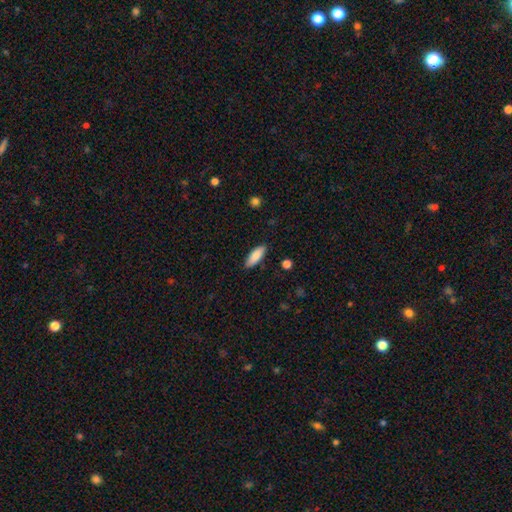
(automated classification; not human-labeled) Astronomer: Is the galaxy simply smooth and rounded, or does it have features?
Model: smooth — 86%.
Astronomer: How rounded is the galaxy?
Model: in between — 68%.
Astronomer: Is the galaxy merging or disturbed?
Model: none — 87%.